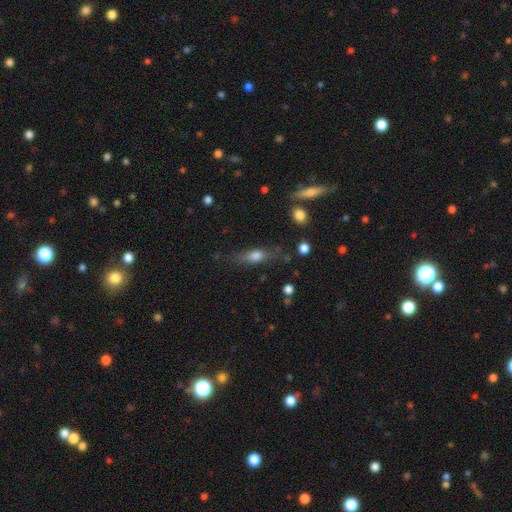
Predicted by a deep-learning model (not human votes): Smooth or featured: smooth — 67% (featured or disk — 25%)
How rounded: in between — 55% (cigar-shaped — 40%)
Merging: none — 71% (minor disturbance — 20%)